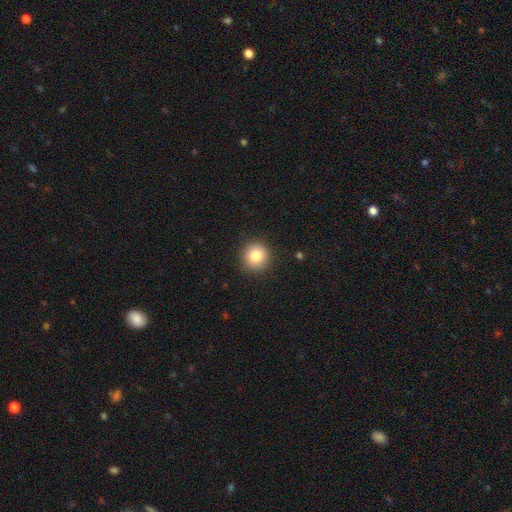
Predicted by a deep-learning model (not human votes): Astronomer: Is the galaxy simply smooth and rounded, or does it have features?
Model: smooth — 81%.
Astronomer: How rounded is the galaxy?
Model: round — 93%.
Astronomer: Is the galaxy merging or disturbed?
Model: none — 91%.